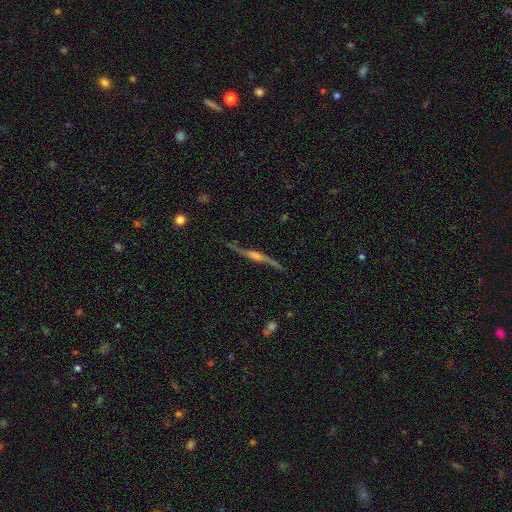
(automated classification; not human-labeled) A featured or disk galaxy (79%) viewed edge-on (94%) with a rounded central bulge (82%).

Vote fractions:
- Smooth or featured? featured or disk: 79% / smooth: 11% / star or artifact: 9%
- Edge-on disk? yes: 94% / no: 6%
- Edge-on bulge? rounded: 82% / none: 10% / boxy: 8%
- Merging? none: 84% / minor disturbance: 11% / major disturbance: 3% / merger: 2%